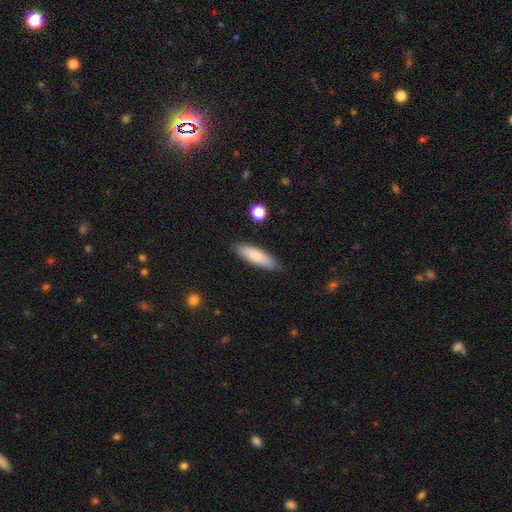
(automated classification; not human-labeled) Smooth or featured?
  - smooth: 81% *
  - featured or disk: 13%
  - star or artifact: 6%
How rounded?
  - cigar-shaped: 56% *
  - in between: 43%
  - round: 2%
Merging?
  - none: 86% *
  - minor disturbance: 10%
  - major disturbance: 2%
  - merger: 1%